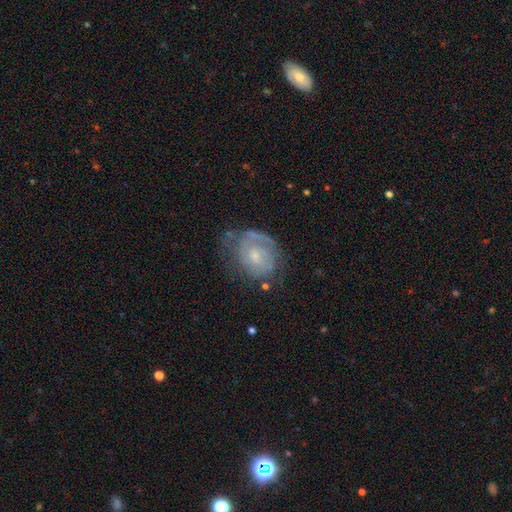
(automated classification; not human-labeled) Smooth or featured? featured or disk (71%)
Edge-on disk? no (97%)
Bar? no (68%)
Spiral arms? yes (83%)
Spiral winding? tight (57%)
Spiral arm count? 2 (35%)
Bulge size? small (59%)
Merging? none (58%)